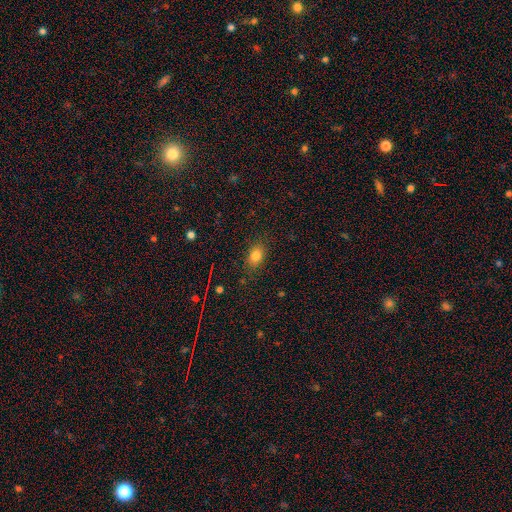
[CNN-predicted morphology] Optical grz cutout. It shows a smooth galaxy with no disk features (80%) that is in between round and cigar-shaped (72%). Merging: none (83%).